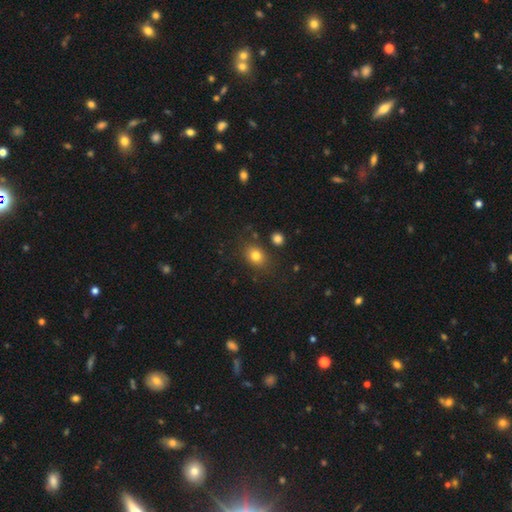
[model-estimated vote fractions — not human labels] Overall: smooth (79%). How rounded: in between (54%; round 45%). Merging: none (80%).